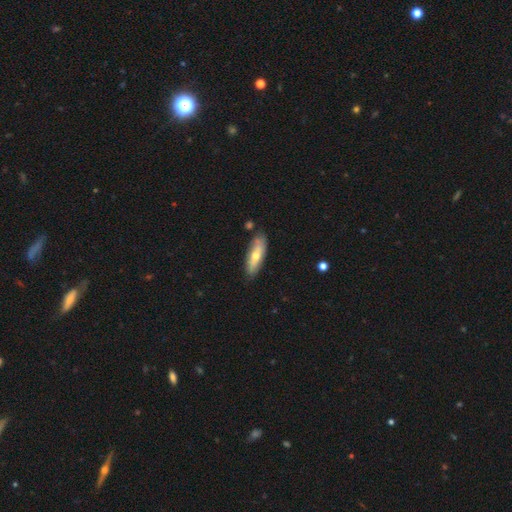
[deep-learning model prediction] This appears to be a smooth galaxy with no disk features (55%) that is in between round and cigar-shaped (53%). Merging: none (77%).